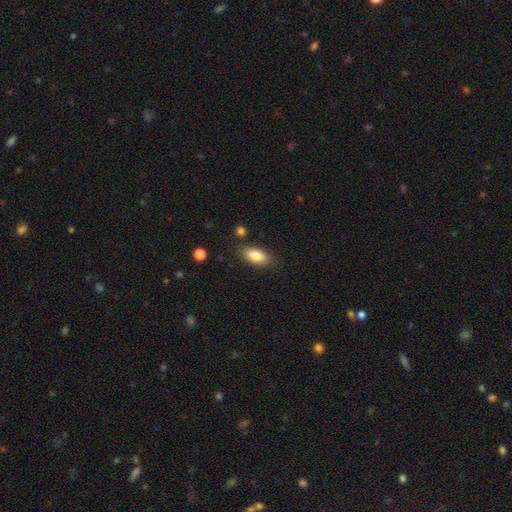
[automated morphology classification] Smooth or featured? Predicted: smooth (p=0.82). How rounded? Predicted: in between (p=0.88). Merging? Predicted: none (p=0.83).